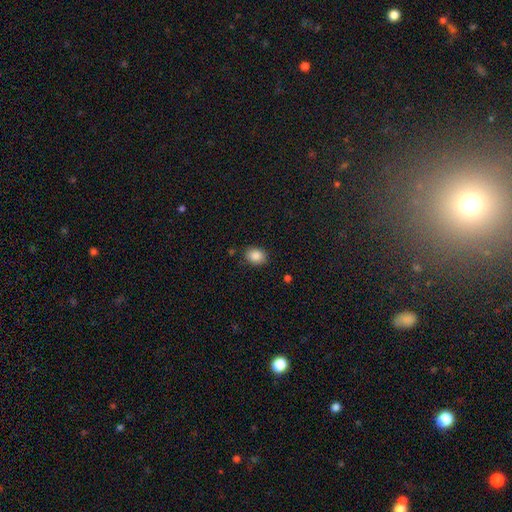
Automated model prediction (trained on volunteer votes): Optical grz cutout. It shows a smooth galaxy with no disk features (88%) that is in between round and cigar-shaped (58%). Merging: none (84%).